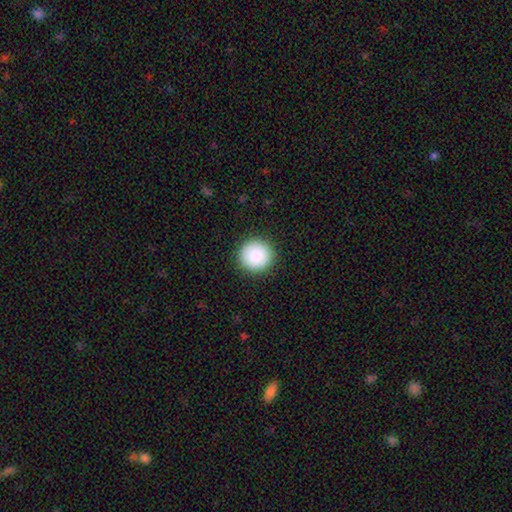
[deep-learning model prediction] A smooth galaxy with no disk features (88%) that is round (96%). Merging: none (92%).